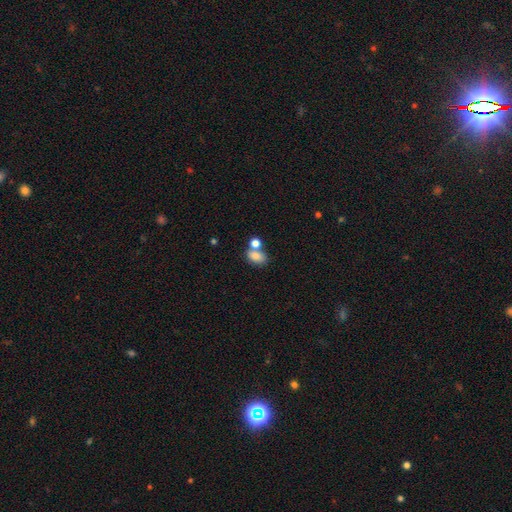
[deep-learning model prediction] Morphology: type=smooth (80%); roundness=in between (81%); merging=none (42%).